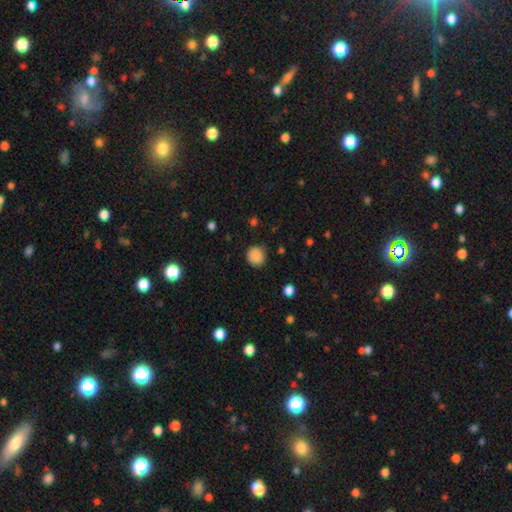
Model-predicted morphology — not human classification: Overall: smooth (87%). How rounded: round (87%). Merging: none (86%).